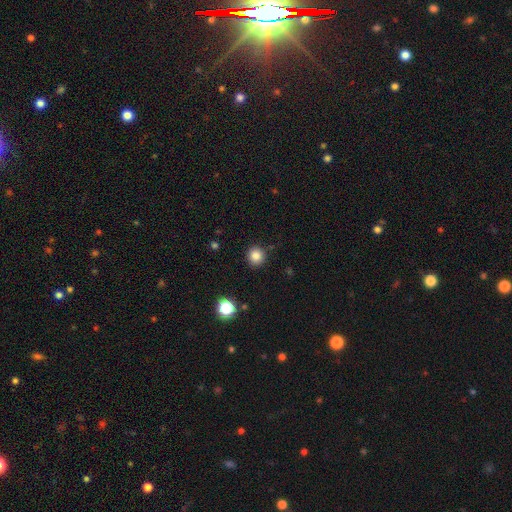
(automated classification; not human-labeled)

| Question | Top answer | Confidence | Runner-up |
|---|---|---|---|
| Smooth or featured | smooth | 84% | star or artifact (12%) |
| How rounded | round | 91% | in between (8%) |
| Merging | none | 89% | minor disturbance (7%) |